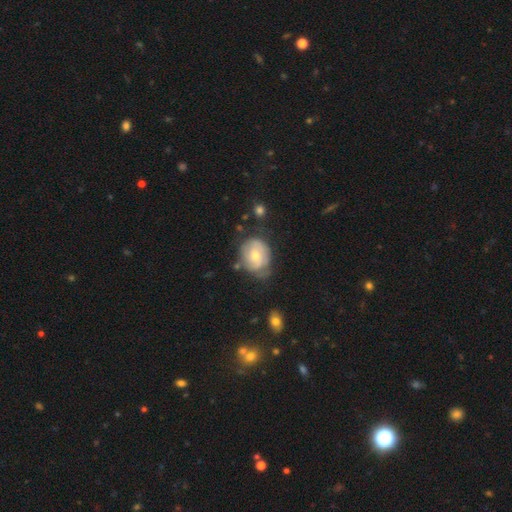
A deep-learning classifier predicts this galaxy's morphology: type=featured or disk (49%); merging=none (52%).